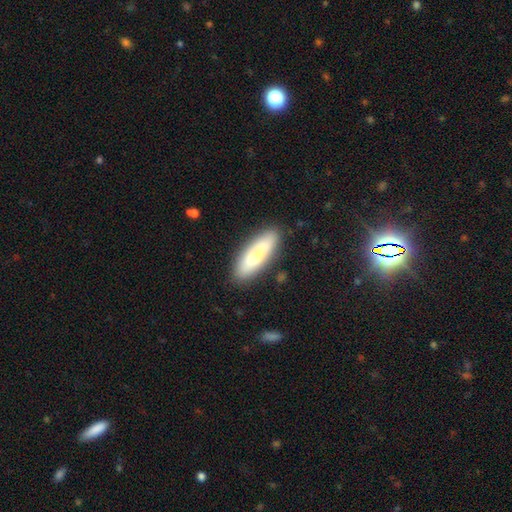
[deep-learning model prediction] A smooth galaxy with no disk features (71%) that is cigar-shaped (51%).

Vote fractions:
- Smooth or featured? smooth: 71% / featured or disk: 23% / star or artifact: 6%
- How rounded? cigar-shaped: 51% / in between: 47% / round: 2%
- Merging? none: 81% / minor disturbance: 13% / major disturbance: 3% / merger: 3%